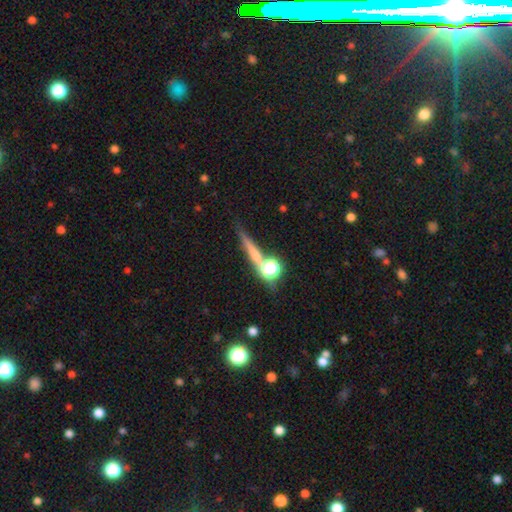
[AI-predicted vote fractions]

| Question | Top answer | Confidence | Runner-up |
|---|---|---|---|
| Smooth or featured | smooth | 46% | featured or disk (35%) |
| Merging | none | 66% | merger (15%) |